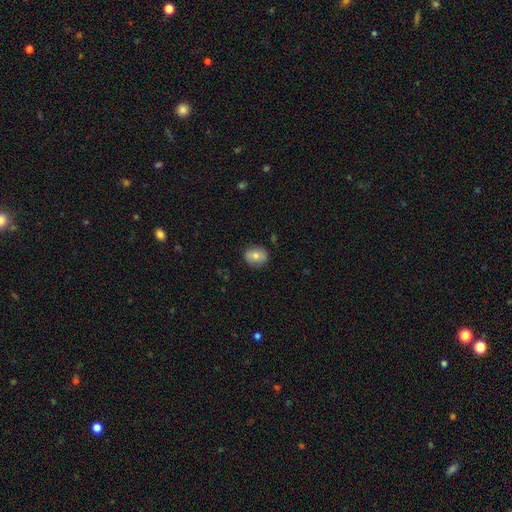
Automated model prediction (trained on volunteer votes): Morphology: type=smooth (74%); roundness=round (53%); merging=none (83%).